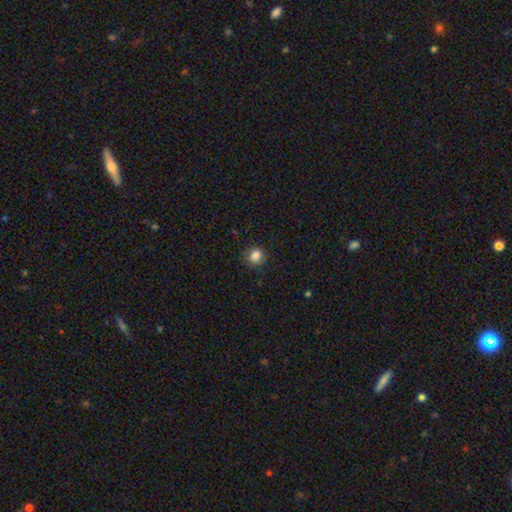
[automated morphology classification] type=smooth (84%); roundness=round (85%); merging=none (86%).